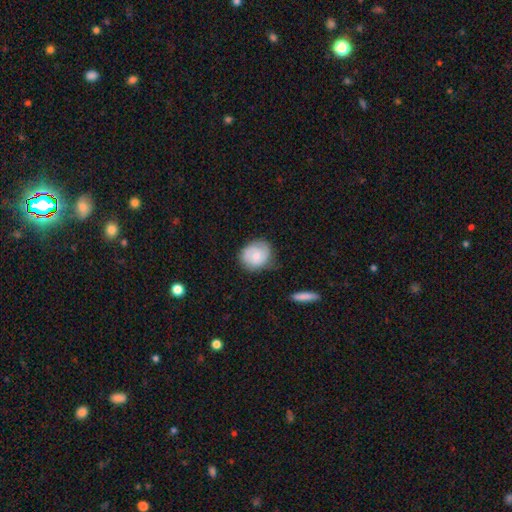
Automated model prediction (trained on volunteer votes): This appears to be a smooth galaxy with no disk features (52%) that is round (74%). Merging: none (71%).